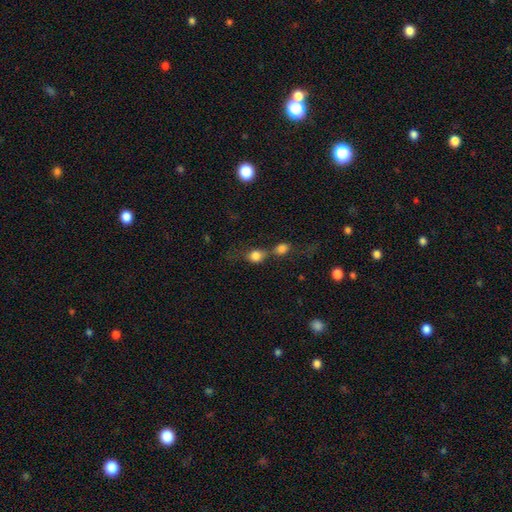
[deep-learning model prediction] Smooth or featured? Predicted: smooth (p=0.79). How rounded? Predicted: round (p=0.67). Merging? Predicted: merger (p=0.57).